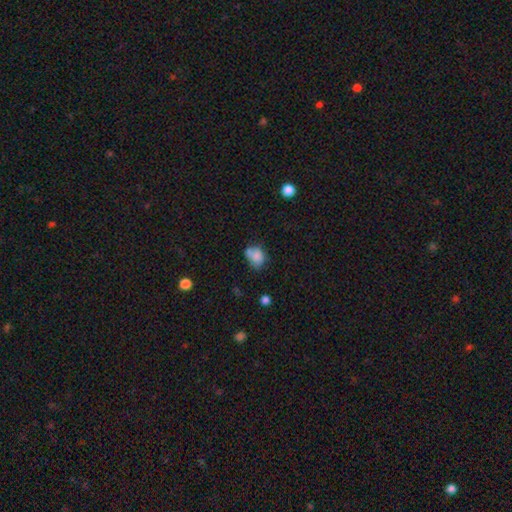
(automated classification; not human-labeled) Smooth or featured? Predicted: smooth (p=0.76). How rounded? Predicted: in between (p=0.55). Merging? Predicted: none (p=0.40).